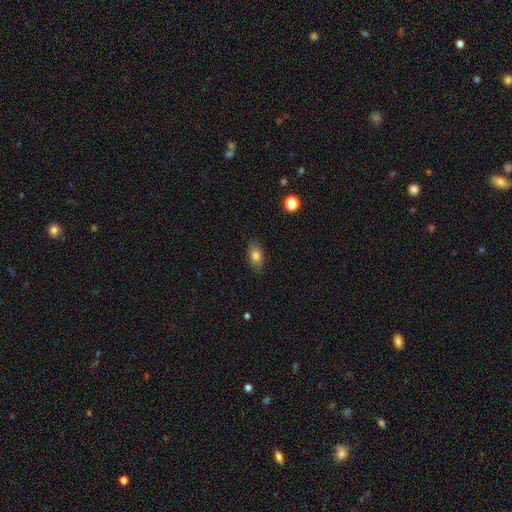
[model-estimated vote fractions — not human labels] Q: Smooth or featured?
A: smooth (81%); runner-up: featured or disk (10%)
Q: How rounded?
A: in between (87%); runner-up: round (9%)
Q: Merging?
A: none (85%); runner-up: minor disturbance (11%)